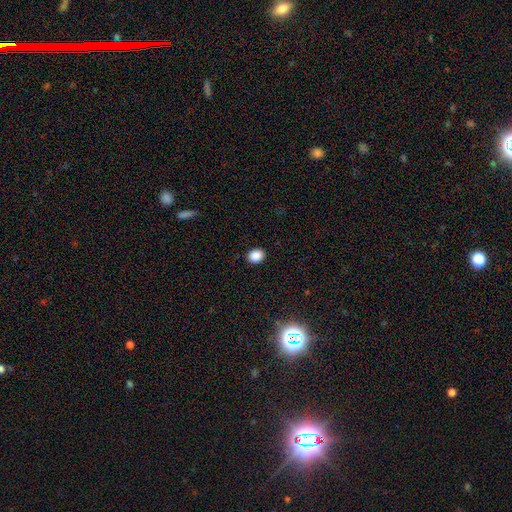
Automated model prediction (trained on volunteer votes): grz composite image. It shows a smooth galaxy with no disk features (87%) that is round (52%). Merging: none (90%).